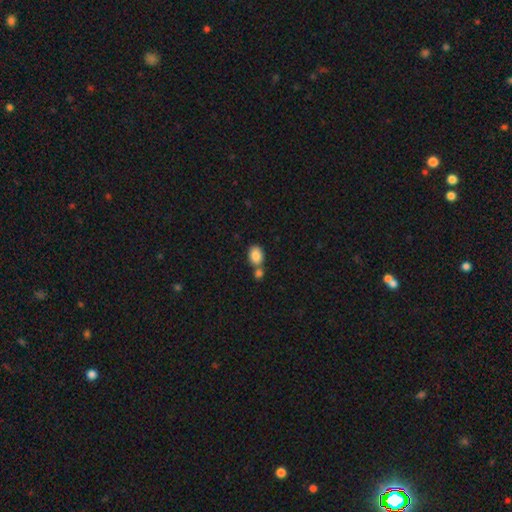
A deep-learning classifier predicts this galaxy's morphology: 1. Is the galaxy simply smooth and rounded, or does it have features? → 86% smooth, 8% star or artifact, 6% featured or disk.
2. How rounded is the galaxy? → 68% in between, 30% round, 1% cigar-shaped.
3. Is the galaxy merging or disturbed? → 48% none, 39% merger, 10% minor disturbance, 3% major disturbance.